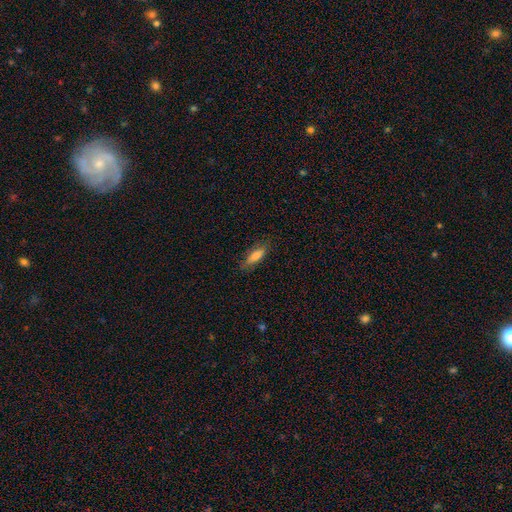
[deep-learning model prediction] Smooth or featured?
  - smooth: 74% *
  - featured or disk: 19%
  - star or artifact: 7%
How rounded?
  - in between: 53% *
  - cigar-shaped: 45%
  - round: 2%
Merging?
  - none: 78% *
  - minor disturbance: 17%
  - major disturbance: 4%
  - merger: 1%